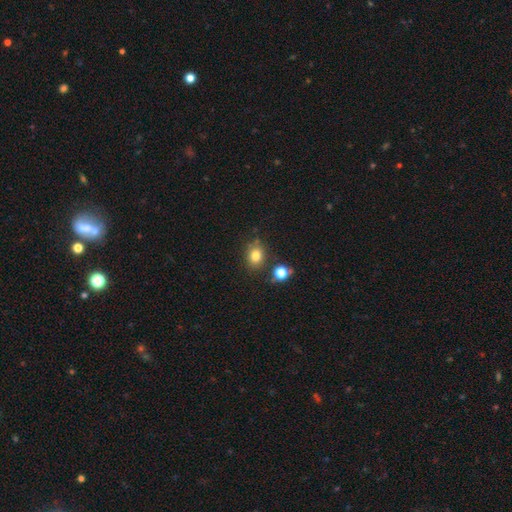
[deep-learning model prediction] A smooth galaxy with no disk features (80%) that is round (52%).

Vote fractions:
- Smooth or featured? smooth: 80% / star or artifact: 13% / featured or disk: 7%
- How rounded? round: 52% / in between: 47% / cigar-shaped: 1%
- Merging? none: 74% / minor disturbance: 13% / merger: 9% / major disturbance: 4%